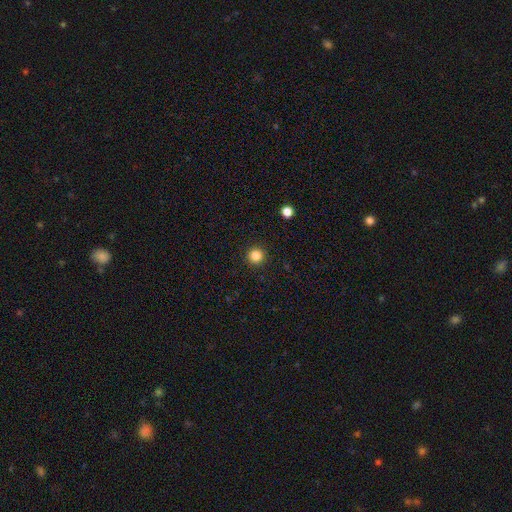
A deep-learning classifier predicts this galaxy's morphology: smooth-or-featured: smooth: 84% | star or artifact: 12% | featured or disk: 4%
  how-rounded: round: 96% | in between: 3% | cigar-shaped: 1%
  merging: none: 93% | minor disturbance: 4% | major disturbance: 2% | merger: 1%